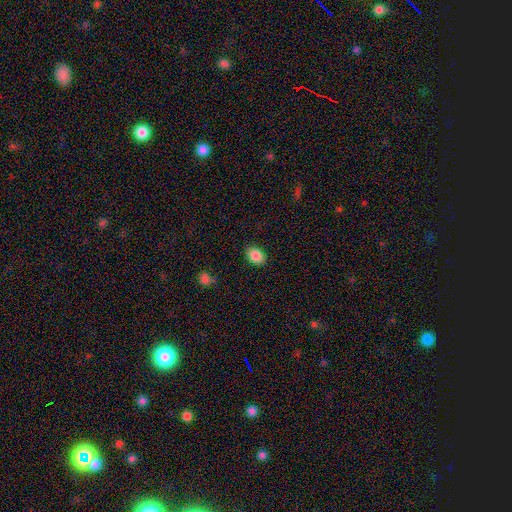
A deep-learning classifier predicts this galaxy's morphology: smooth 87%, star or artifact 8%, featured or disk 5%. Down the decision tree: how rounded — in between (77%); merging — none (87%).